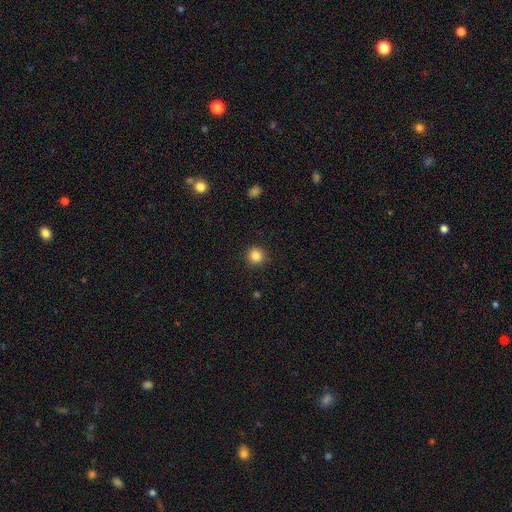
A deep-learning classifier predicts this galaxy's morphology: The model was most divided on "smooth or featured": smooth: 85%, star or artifact: 11%, featured or disk: 5%. More confident: how rounded — round (94%); merging — none (92%).